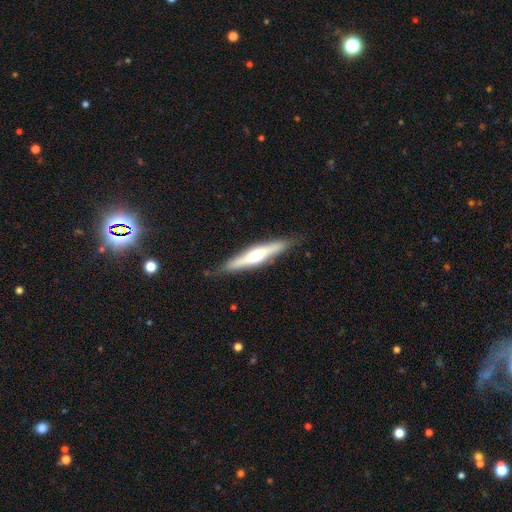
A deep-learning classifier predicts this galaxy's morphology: Smooth or featured?
  - featured or disk: 57% *
  - smooth: 38%
  - star or artifact: 5%
Edge-on disk?
  - yes: 92% *
  - no: 8%
Edge-on bulge?
  - rounded: 81% *
  - none: 10%
  - boxy: 9%
Merging?
  - none: 81% *
  - minor disturbance: 15%
  - major disturbance: 3%
  - merger: 1%